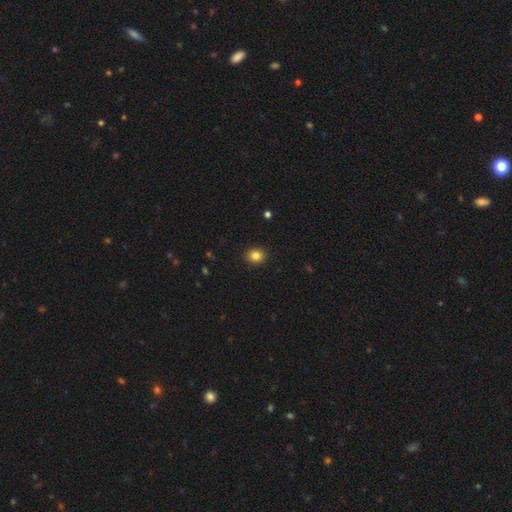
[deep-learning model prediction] This is clearly a smooth galaxy (84%). How rounded: likely round (73%). Merging: clearly none (92%).